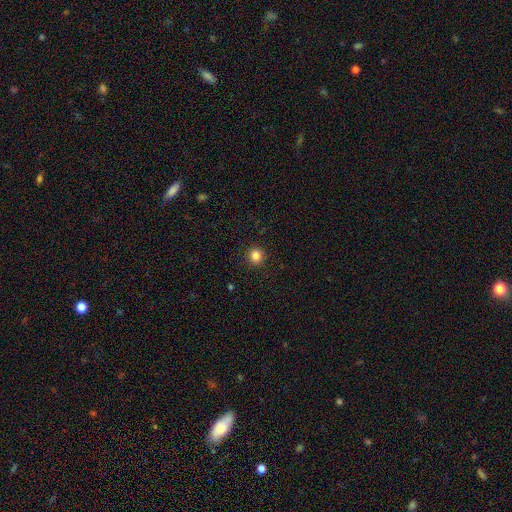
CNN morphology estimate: Smooth or featured?
  - smooth: 84% *
  - star or artifact: 12%
  - featured or disk: 4%
How rounded?
  - round: 94% *
  - in between: 5%
  - cigar-shaped: 1%
Merging?
  - none: 92% *
  - minor disturbance: 5%
  - major disturbance: 2%
  - merger: 1%